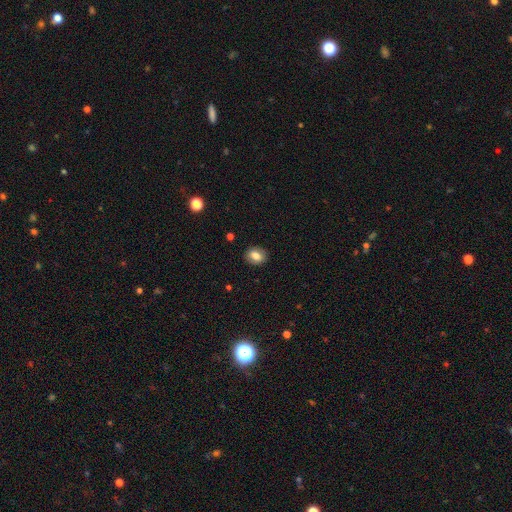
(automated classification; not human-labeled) A smooth galaxy with no disk features (81%) that is in between round and cigar-shaped (52%). Merging: none (88%).